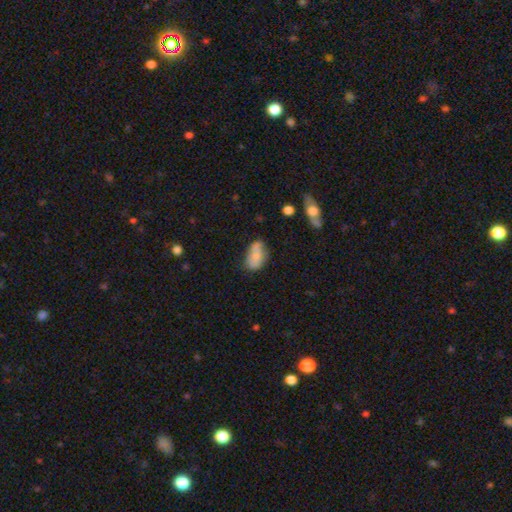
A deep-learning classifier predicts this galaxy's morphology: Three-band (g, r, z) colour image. It shows a smooth galaxy with no disk features (65%) that is in between round and cigar-shaped (90%). Merging: none (53%).